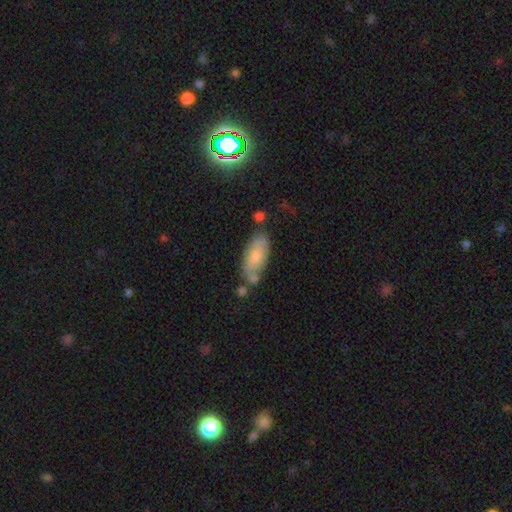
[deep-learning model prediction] This appears to be a smooth galaxy with no disk features (73%) that is in between round and cigar-shaped (86%). Merging: none (64%).